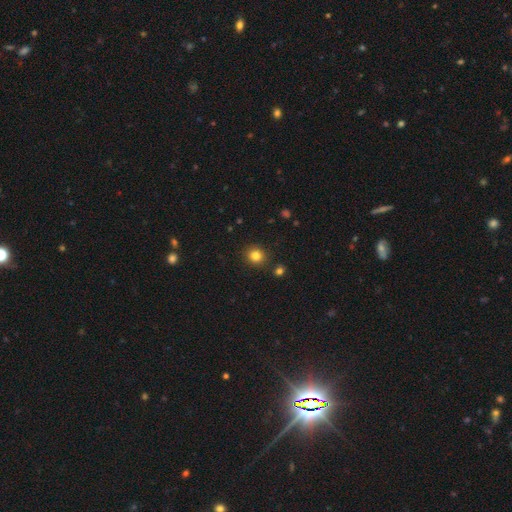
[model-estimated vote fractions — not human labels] smooth 82%, star or artifact 12%, featured or disk 5%. Down the decision tree: how rounded — round (87%); merging — none (88%).